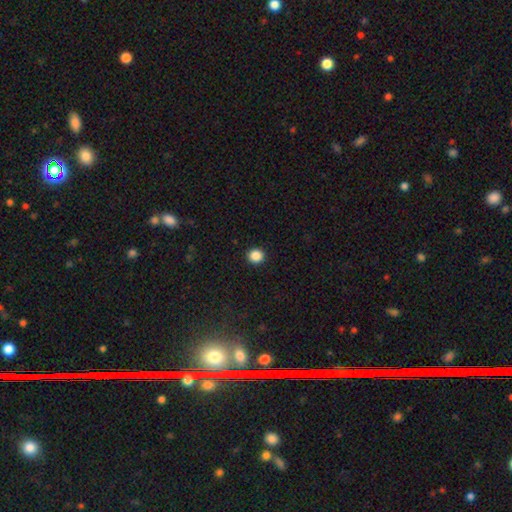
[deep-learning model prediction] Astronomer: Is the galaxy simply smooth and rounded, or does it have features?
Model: smooth — 87%.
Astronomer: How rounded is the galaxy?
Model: round — 91%.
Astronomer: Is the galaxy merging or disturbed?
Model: none — 93%.